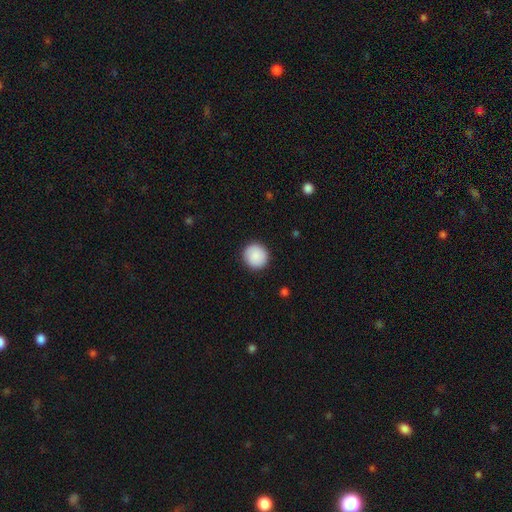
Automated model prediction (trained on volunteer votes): Smooth or featured: smooth — 90% (star or artifact — 6%)
How rounded: round — 93% (in between — 6%)
Merging: none — 91% (minor disturbance — 6%)